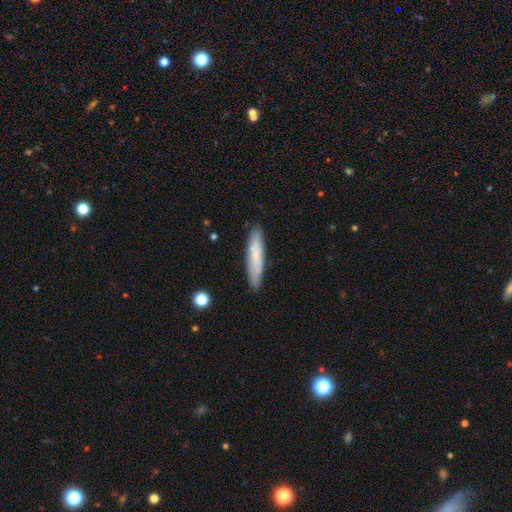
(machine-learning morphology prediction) Smooth or featured?
  - smooth: 67% *
  - featured or disk: 26%
  - star or artifact: 6%
How rounded?
  - cigar-shaped: 88% *
  - in between: 10%
  - round: 1%
Merging?
  - none: 87% *
  - minor disturbance: 9%
  - major disturbance: 2%
  - merger: 1%